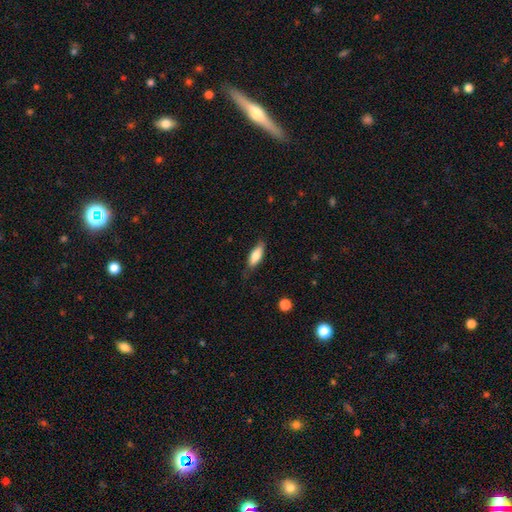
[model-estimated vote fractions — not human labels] A smooth galaxy with no disk features (77%) that is in between round and cigar-shaped (64%). Merging: none (75%).